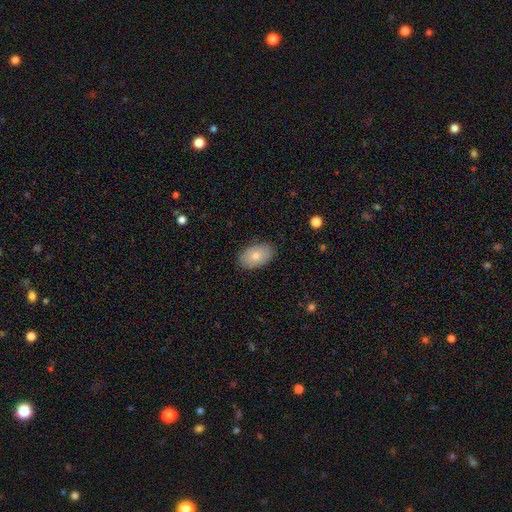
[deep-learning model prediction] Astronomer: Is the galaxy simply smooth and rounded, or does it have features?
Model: smooth — 79%.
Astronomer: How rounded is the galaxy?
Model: in between — 93%.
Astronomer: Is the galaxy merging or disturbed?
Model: none — 86%.